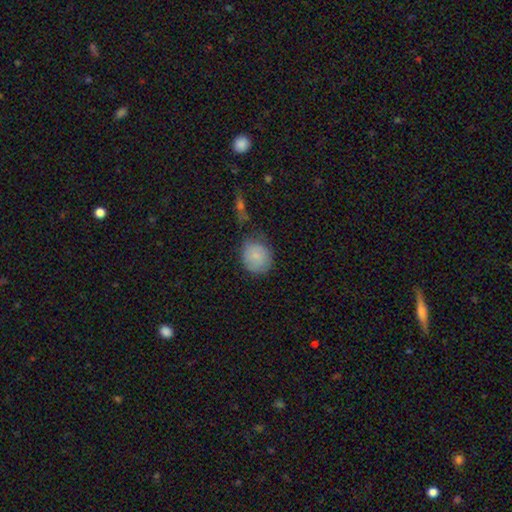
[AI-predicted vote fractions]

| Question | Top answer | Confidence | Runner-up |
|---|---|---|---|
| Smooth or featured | smooth | 83% | featured or disk (9%) |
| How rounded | round | 75% | in between (24%) |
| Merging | none | 66% | minor disturbance (23%) |